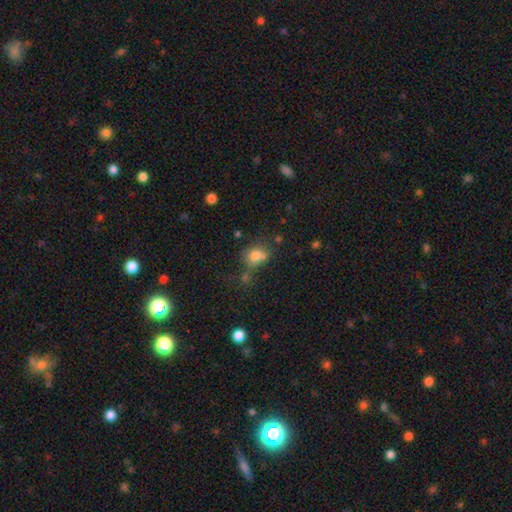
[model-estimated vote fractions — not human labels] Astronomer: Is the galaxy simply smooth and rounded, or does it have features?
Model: smooth — 73%.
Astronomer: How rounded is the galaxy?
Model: in between — 54% (runner-up: round, 44%).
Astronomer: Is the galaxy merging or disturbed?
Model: none — 43% (runner-up: merger, 22%).